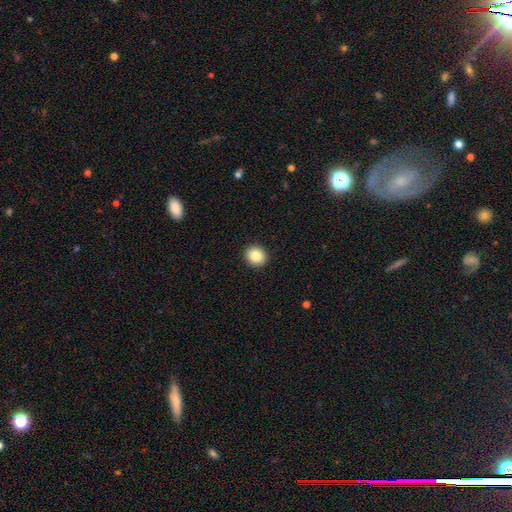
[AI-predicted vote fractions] Smooth or featured? Predicted: smooth (p=0.86). How rounded? Predicted: round (p=0.80). Merging? Predicted: none (p=0.92).